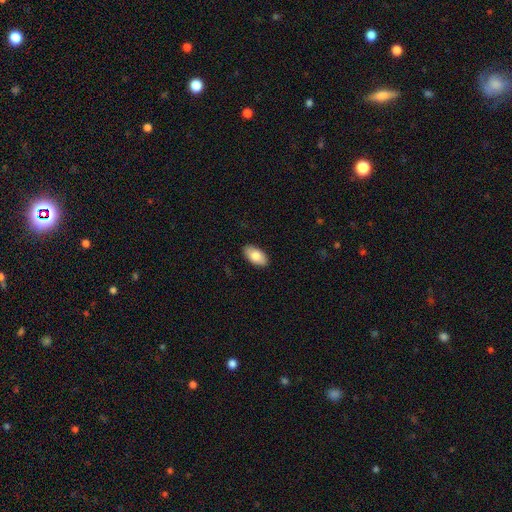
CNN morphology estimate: A smooth galaxy with no disk features (81%) that is in between round and cigar-shaped (95%). Merging: none (90%).